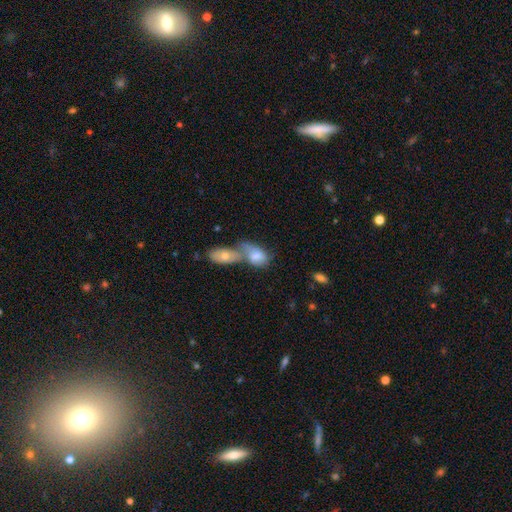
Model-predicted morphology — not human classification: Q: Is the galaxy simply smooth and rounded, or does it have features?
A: smooth — 66%.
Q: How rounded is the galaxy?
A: in between — 82%.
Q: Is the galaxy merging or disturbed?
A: merger — 71%.